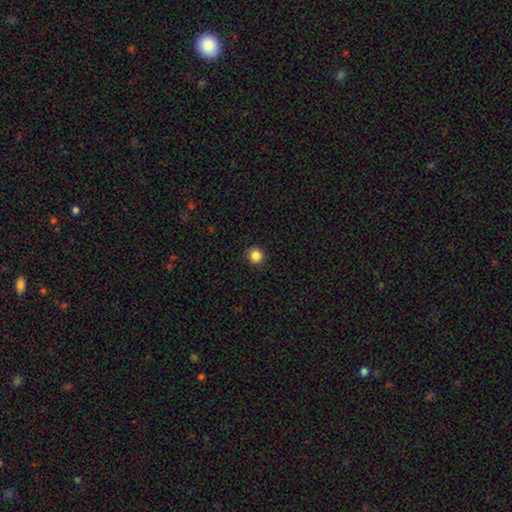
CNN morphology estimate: Smooth or featured? smooth (86%)
How rounded? round (93%)
Merging? none (92%)